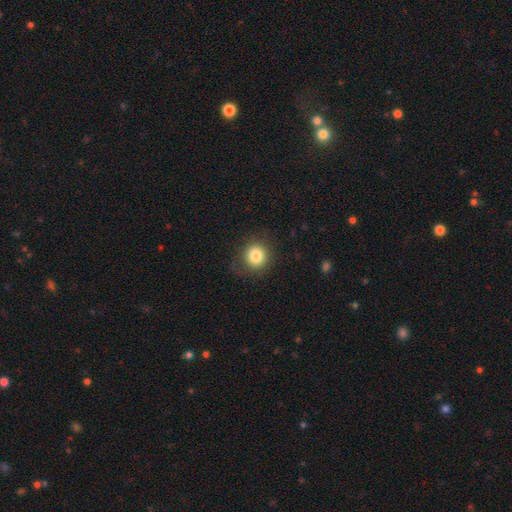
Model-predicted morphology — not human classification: type=smooth (83%); roundness=round (89%); merging=none (84%).